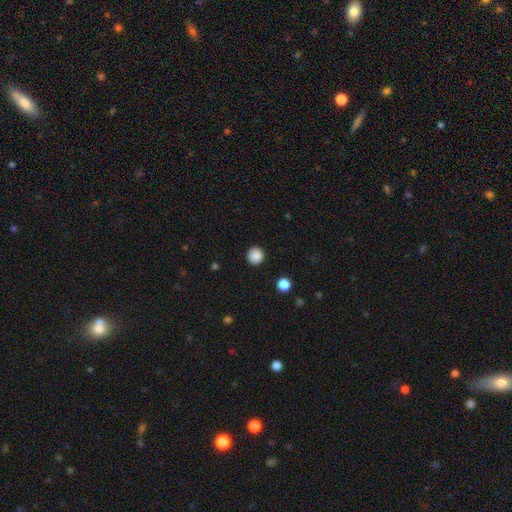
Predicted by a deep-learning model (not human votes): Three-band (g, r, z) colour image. It shows a smooth galaxy with no disk features (88%) that is round (94%). Merging: none (92%).